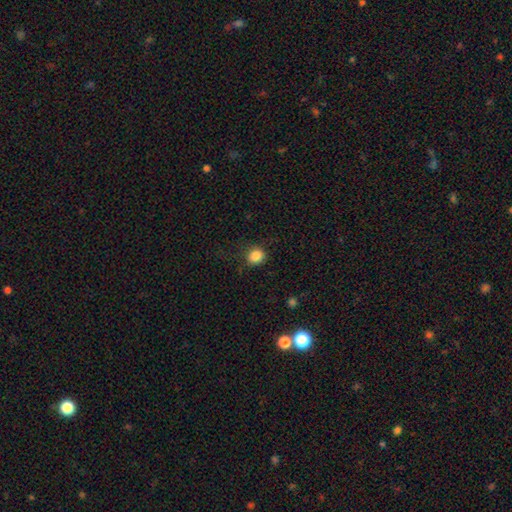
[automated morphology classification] This is clearly a smooth galaxy (85%). How rounded: clearly round (80%). Merging: clearly none (81%).